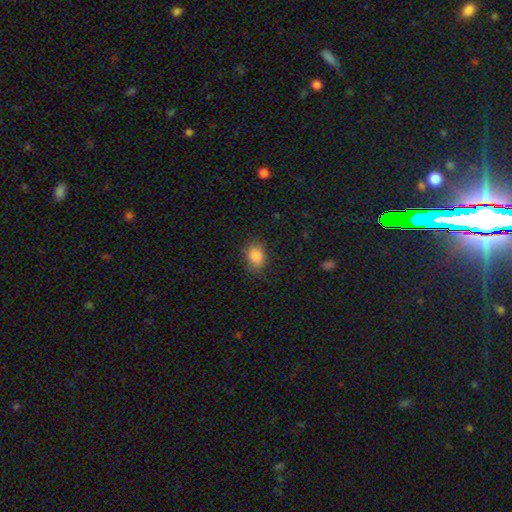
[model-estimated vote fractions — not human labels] Smooth or featured: smooth — 85% (star or artifact — 10%)
How rounded: in between — 52% (round — 46%)
Merging: none — 75% (minor disturbance — 19%)